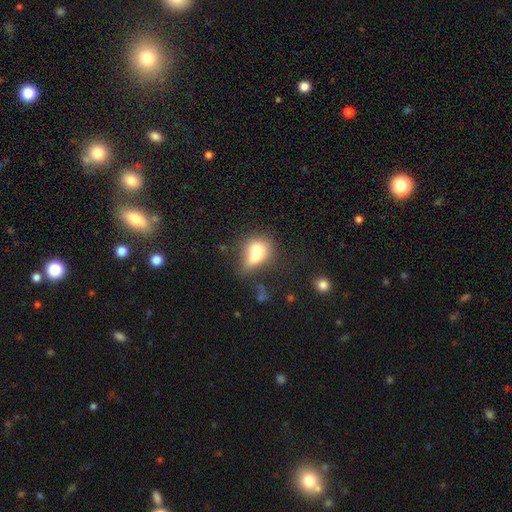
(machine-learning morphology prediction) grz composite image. It shows a smooth galaxy with no disk features (67%) that is in between round and cigar-shaped (62%). Merging: merger (47%).